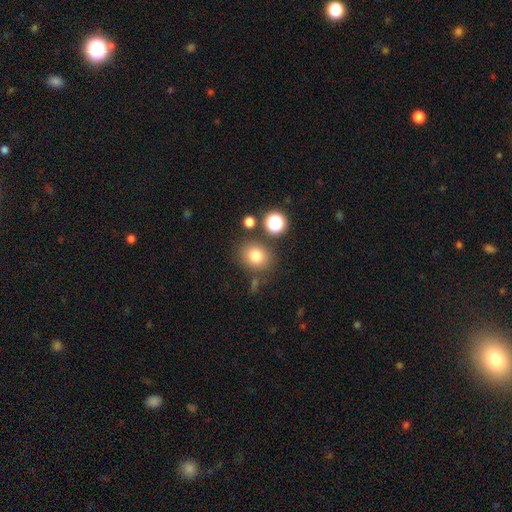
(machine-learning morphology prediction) Q: Smooth or featured?
A: smooth (78%); runner-up: star or artifact (13%)
Q: How rounded?
A: round (72%); runner-up: in between (27%)
Q: Merging?
A: none (77%); runner-up: minor disturbance (11%)